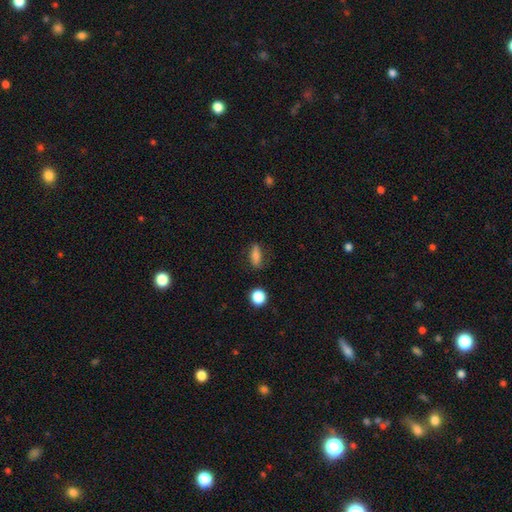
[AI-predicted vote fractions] Smooth or featured? smooth (78%)
How rounded? in between (63%)
Merging? none (76%)